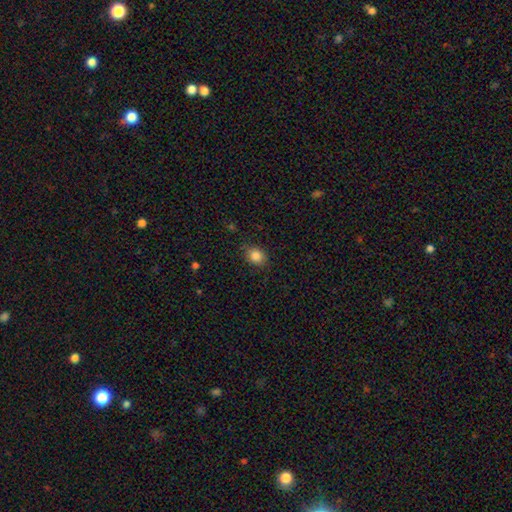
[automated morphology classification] Q: Smooth or featured?
A: smooth (85%); runner-up: star or artifact (10%)
Q: How rounded?
A: round (51%); runner-up: in between (48%)
Q: Merging?
A: none (82%); runner-up: minor disturbance (14%)